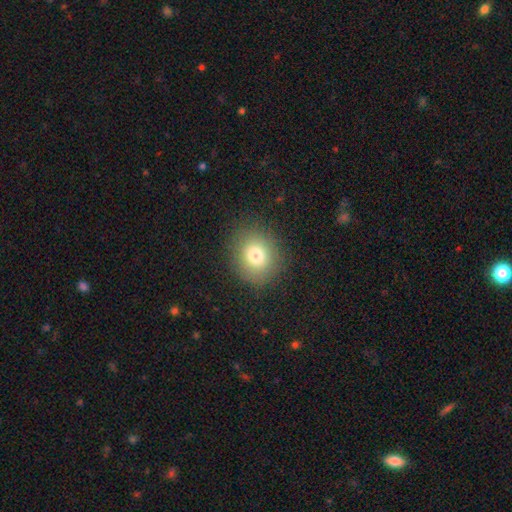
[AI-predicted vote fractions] Q: Smooth or featured?
A: smooth (77%); runner-up: star or artifact (12%)
Q: How rounded?
A: round (77%); runner-up: in between (22%)
Q: Merging?
A: none (87%); runner-up: minor disturbance (8%)